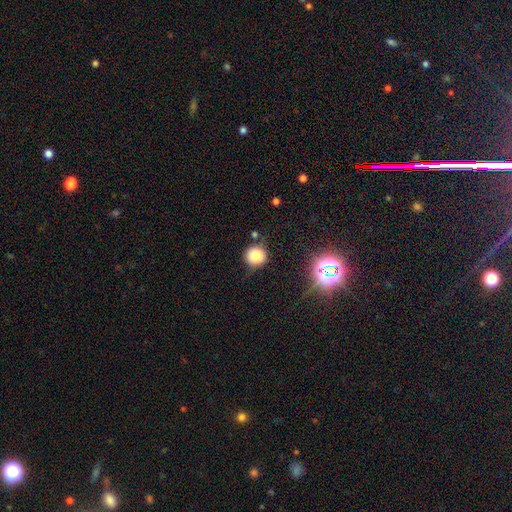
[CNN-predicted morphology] Smooth or featured: smooth — 79% (star or artifact — 14%)
How rounded: round — 90% (in between — 9%)
Merging: none — 76% (minor disturbance — 16%)